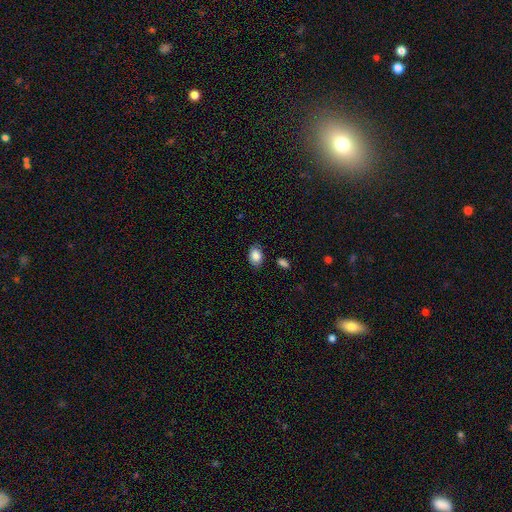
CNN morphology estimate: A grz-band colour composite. It shows a smooth galaxy with no disk features (85%) that is in between round and cigar-shaped (81%). Merging: none (81%).